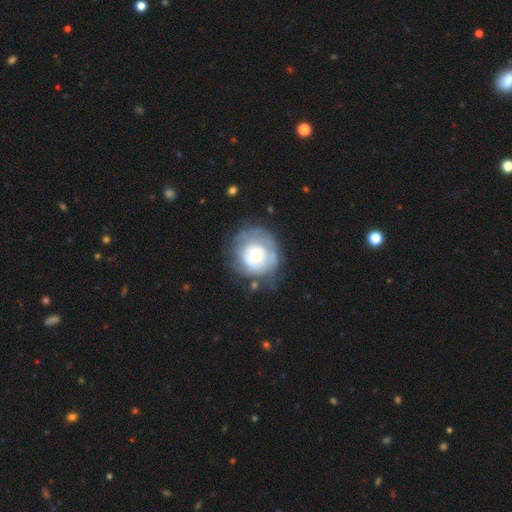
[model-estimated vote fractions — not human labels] A featured or disk galaxy (52%) with no bar (86%), spiral arms (51%) and a moderate central bulge (50%). Merging: none (54%).